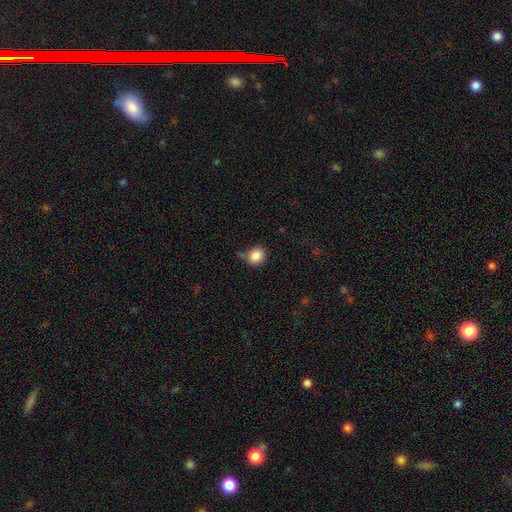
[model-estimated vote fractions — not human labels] Smooth or featured? smooth (85%)
How rounded? round (85%)
Merging? none (65%)